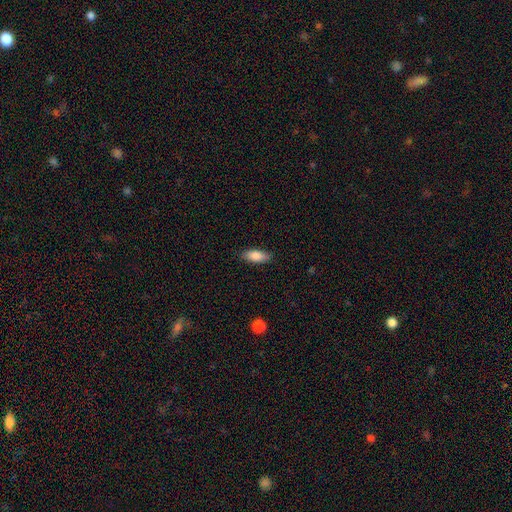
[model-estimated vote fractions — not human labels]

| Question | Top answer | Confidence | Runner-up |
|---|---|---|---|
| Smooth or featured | smooth | 84% | featured or disk (10%) |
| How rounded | in between | 75% | cigar-shaped (23%) |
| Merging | none | 86% | minor disturbance (10%) |